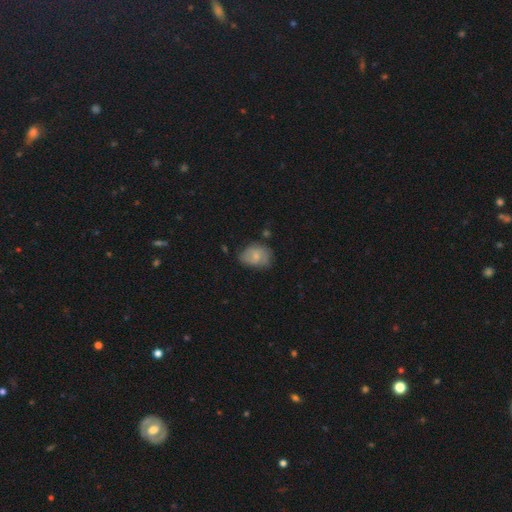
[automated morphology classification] This appears to be a smooth galaxy with no disk features (55%) that is in between round and cigar-shaped (64%). Merging: none (56%).